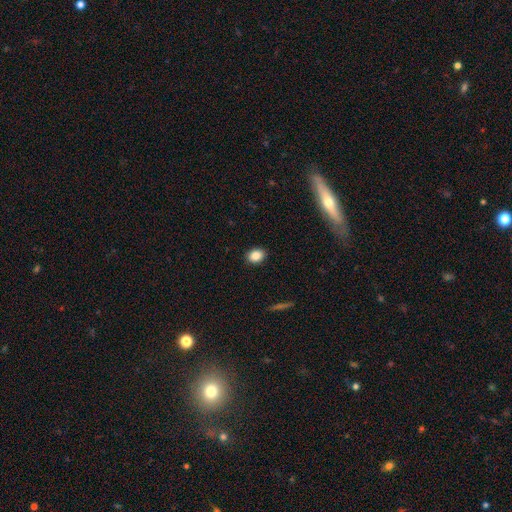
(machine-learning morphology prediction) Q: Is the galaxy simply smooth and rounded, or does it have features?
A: smooth — 86%.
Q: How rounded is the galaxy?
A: in between — 58%.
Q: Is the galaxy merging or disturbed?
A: none — 90%.